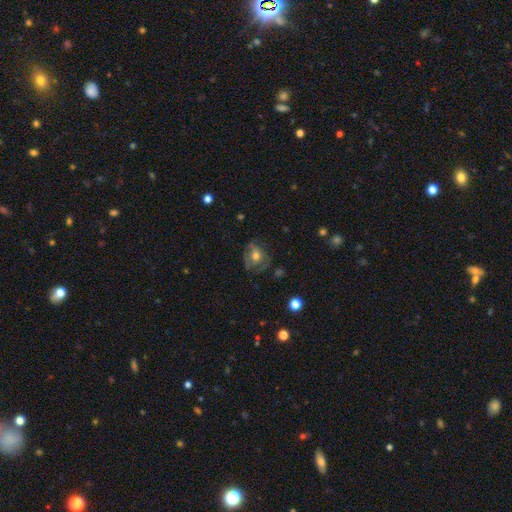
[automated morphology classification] A featured or disk galaxy (45%). Merging: none (51%).